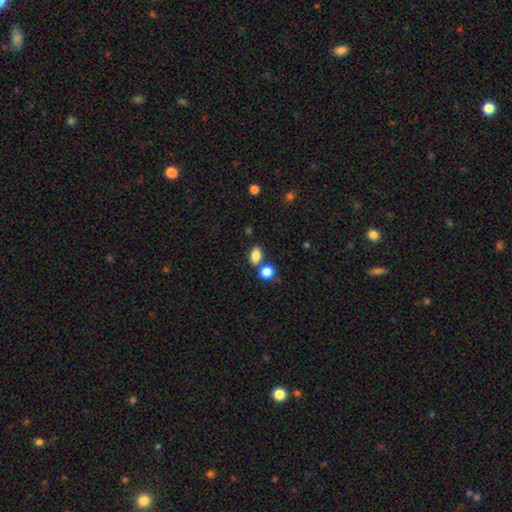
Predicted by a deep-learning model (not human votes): Smooth or featured? smooth (84%)
How rounded? in between (84%)
Merging? none (66%)